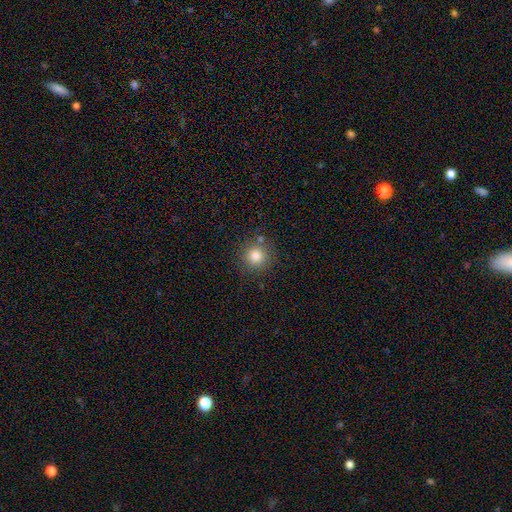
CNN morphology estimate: A smooth galaxy with no disk features (83%) that is round (92%).

Vote fractions:
- Smooth or featured? smooth: 83% / star or artifact: 11% / featured or disk: 6%
- How rounded? round: 92% / in between: 7% / cigar-shaped: 1%
- Merging? none: 80% / minor disturbance: 10% / merger: 6% / major disturbance: 4%